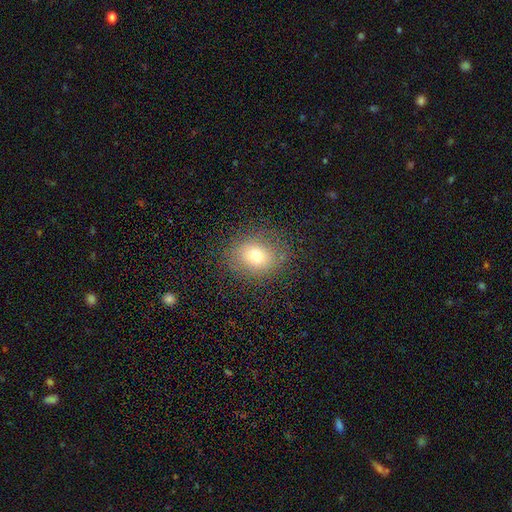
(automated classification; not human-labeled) This is likely a smooth galaxy (74%). How rounded: likely round (64%). Merging: clearly none (82%).